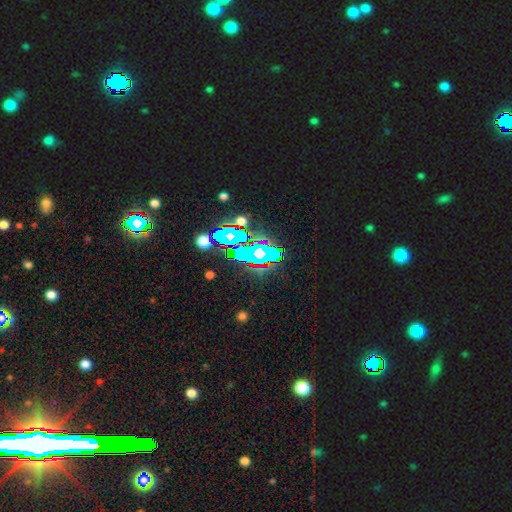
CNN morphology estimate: star or artifact 70%, smooth 17%, featured or disk 13%.